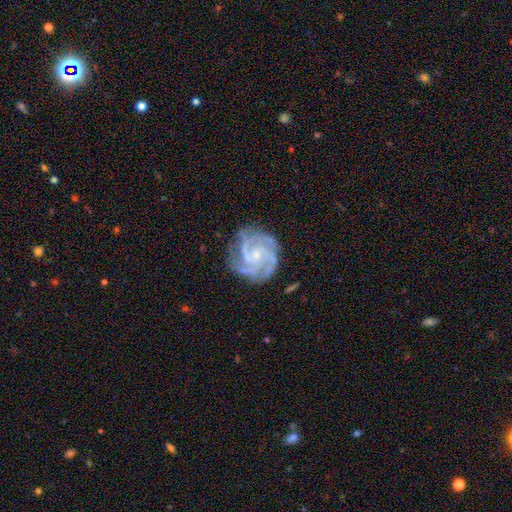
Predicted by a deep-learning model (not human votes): Smooth or featured? featured or disk (91%)
Edge-on disk? no (98%)
Bar? no (71%)
Spiral arms? yes (98%)
Spiral winding? tight (63%)
Spiral arm count? 3 (38%)
Bulge size? small (77%)
Merging? none (77%)